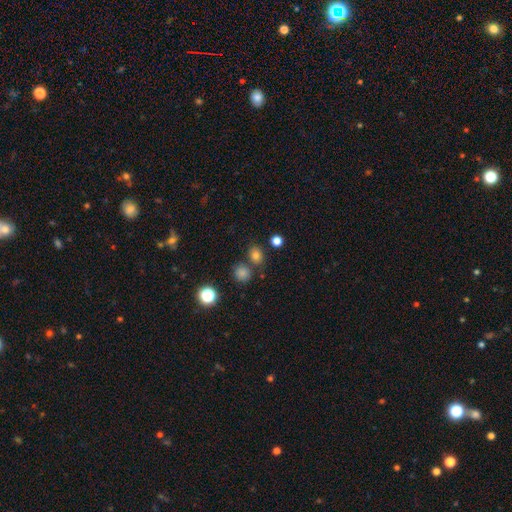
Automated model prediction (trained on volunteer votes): Overall: smooth (74%). How rounded: round (64%; in between 34%). Merging: none (71%).